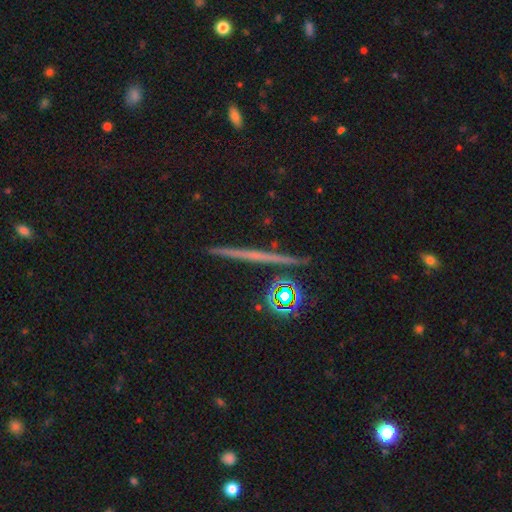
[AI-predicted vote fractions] Smooth or featured?
  - featured or disk: 51% *
  - smooth: 28%
  - star or artifact: 21%
Edge-on disk?
  - yes: 96% *
  - no: 4%
Merging?
  - none: 91% *
  - minor disturbance: 5%
  - merger: 2%
  - major disturbance: 2%